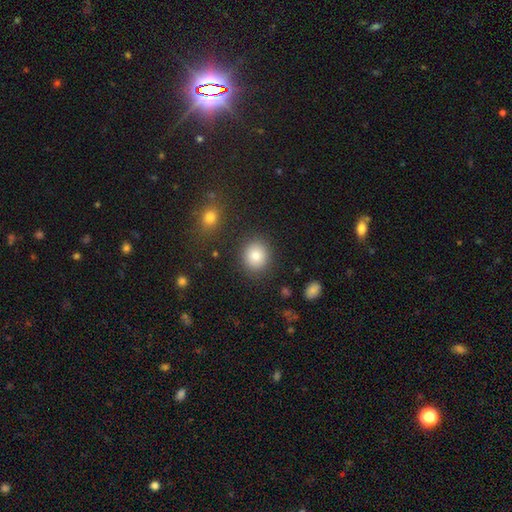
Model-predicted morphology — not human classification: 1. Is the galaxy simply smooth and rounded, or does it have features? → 82% smooth, 10% star or artifact, 7% featured or disk.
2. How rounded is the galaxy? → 80% round, 19% in between, 1% cigar-shaped.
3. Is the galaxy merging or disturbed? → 88% none, 7% minor disturbance, 3% major disturbance, 2% merger.